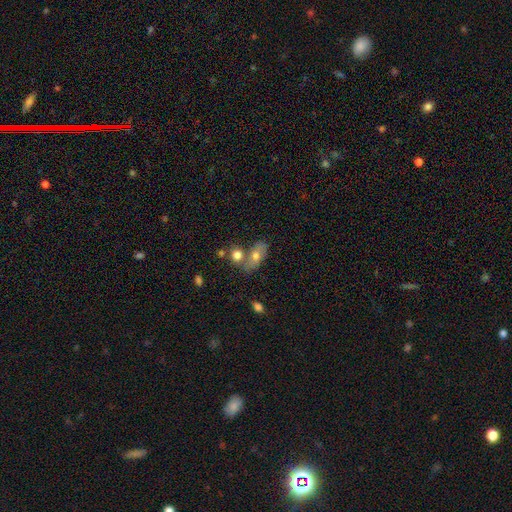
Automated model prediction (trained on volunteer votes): Morphology: type=smooth (68%); roundness=in between (81%); merging=none (44%).